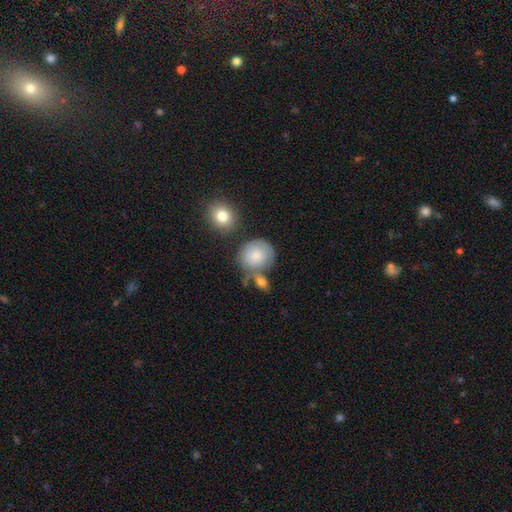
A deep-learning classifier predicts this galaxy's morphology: This appears to be a smooth galaxy with no disk features (79%) that is round (84%). Merging: none (58%).